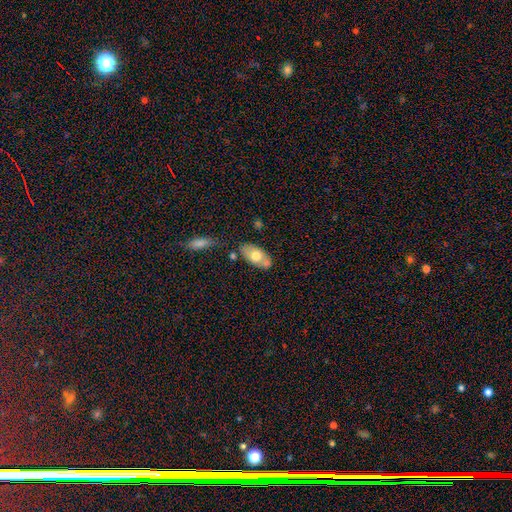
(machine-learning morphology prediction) A smooth galaxy with no disk features (66%) that is in between round and cigar-shaped (91%). Merging: none (58%).